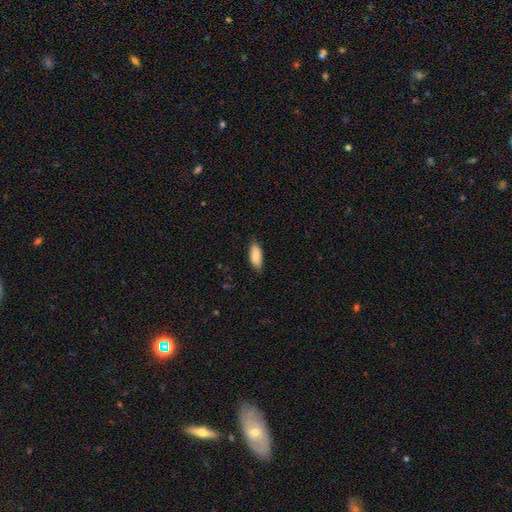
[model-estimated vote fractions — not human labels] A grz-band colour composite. It shows a smooth galaxy with no disk features (85%) that is in between round and cigar-shaped (81%). Merging: none (83%).